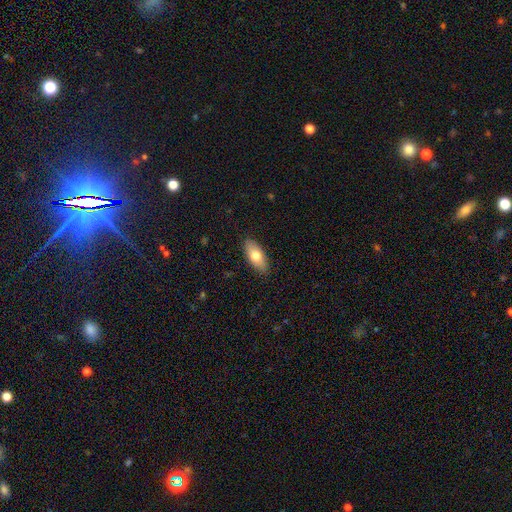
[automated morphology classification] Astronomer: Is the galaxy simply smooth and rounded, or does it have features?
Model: smooth — 72%.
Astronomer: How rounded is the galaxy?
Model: in between — 85%.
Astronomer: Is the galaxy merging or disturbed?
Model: none — 88%.